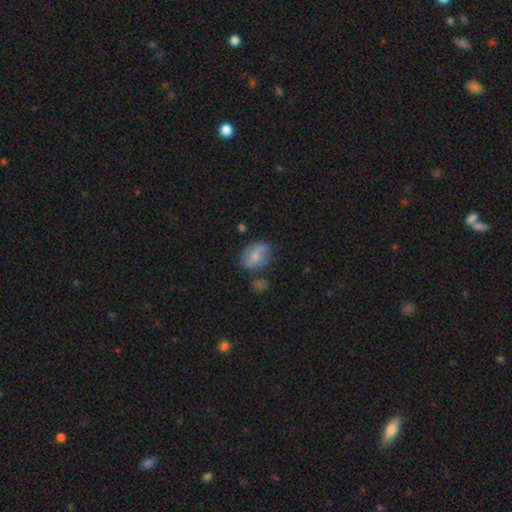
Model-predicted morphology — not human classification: type=smooth (60%); roundness=in between (56%); merging=none (58%).